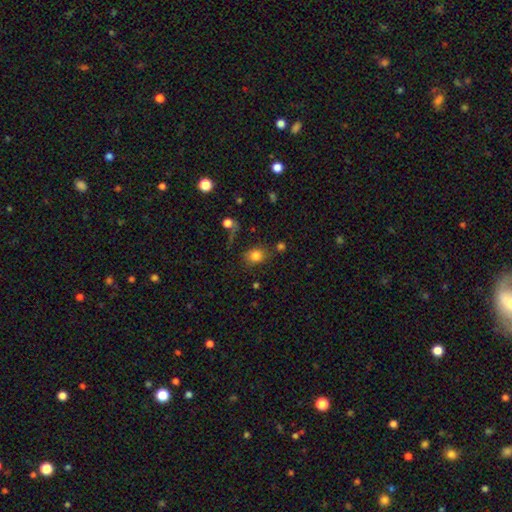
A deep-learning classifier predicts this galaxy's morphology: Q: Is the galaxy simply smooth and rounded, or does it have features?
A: smooth — 80%.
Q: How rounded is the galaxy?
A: round — 57%.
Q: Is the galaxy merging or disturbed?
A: none — 72%.